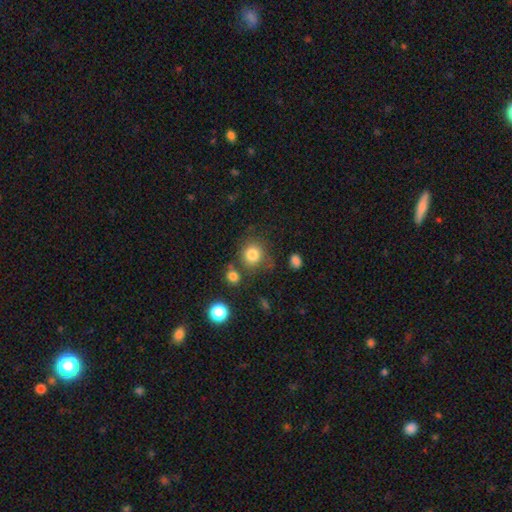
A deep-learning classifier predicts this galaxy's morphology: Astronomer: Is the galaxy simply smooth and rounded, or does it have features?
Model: smooth — 59%.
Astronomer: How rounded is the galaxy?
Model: round — 89%.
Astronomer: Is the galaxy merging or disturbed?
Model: none — 76%.